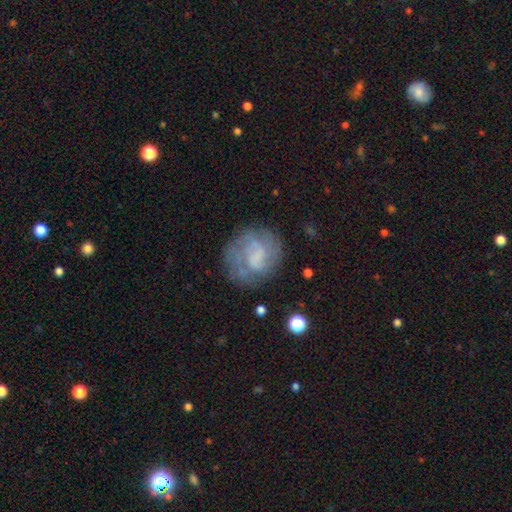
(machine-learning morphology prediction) This appears to be a featured or disk galaxy (64%) with no bar (55%), spiral arms (76%) and no central bulge (58%). Merging: none (64%).